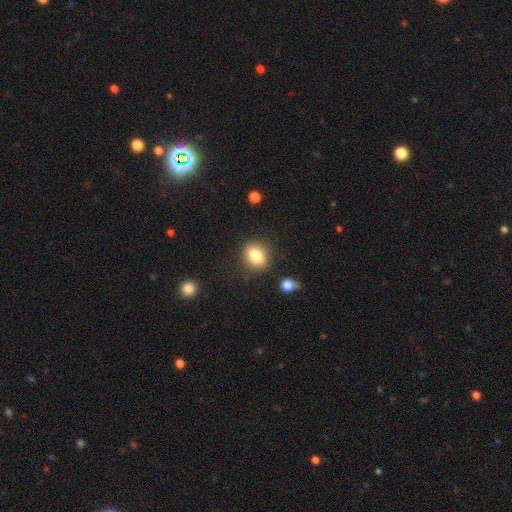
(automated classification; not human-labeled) Smooth or featured: smooth — 83% (star or artifact — 9%)
How rounded: in between — 60% (round — 39%)
Merging: none — 83% (minor disturbance — 10%)